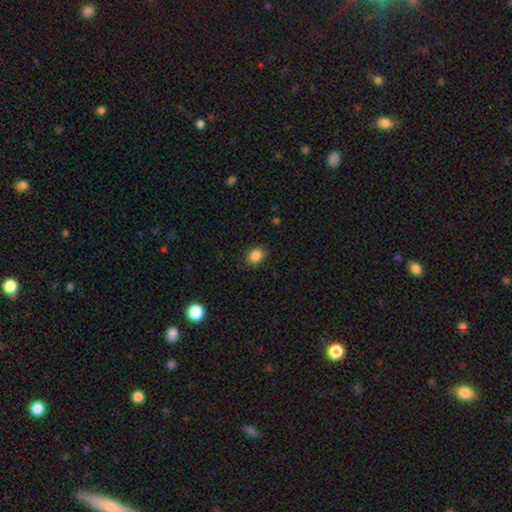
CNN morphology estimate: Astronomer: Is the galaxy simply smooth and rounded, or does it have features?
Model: smooth — 86%.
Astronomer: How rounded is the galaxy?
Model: round — 63%.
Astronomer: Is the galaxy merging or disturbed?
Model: none — 87%.